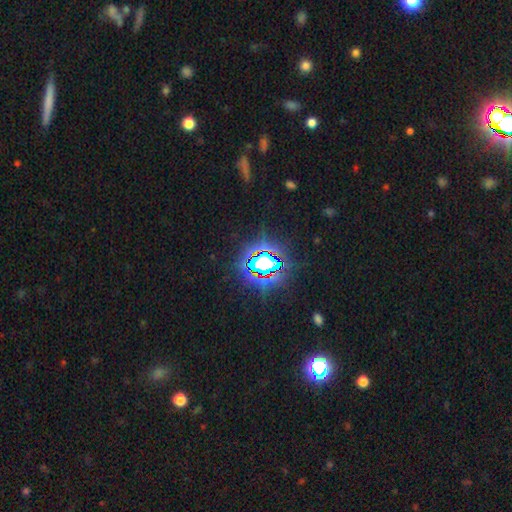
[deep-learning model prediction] Smooth or featured?
  - star or artifact: 78% *
  - smooth: 13%
  - featured or disk: 10%